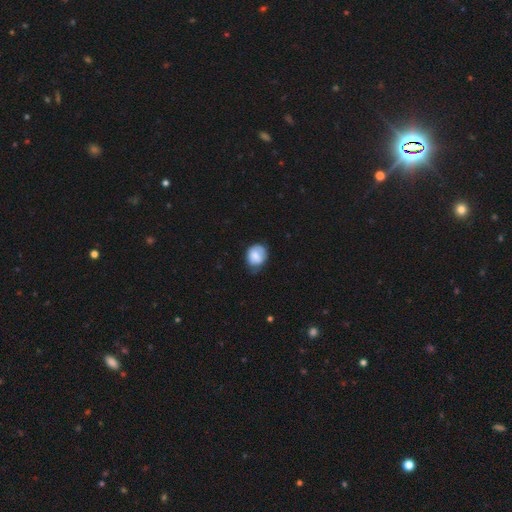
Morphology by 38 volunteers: A smooth galaxy with no disk features (74%) that is round (68%).

Vote fractions:
- Smooth or featured? smooth: 74% / featured or disk: 18% / star or artifact: 8%
- How rounded? round: 68% / in between: 32% / cigar-shaped: 0%
- Merging? minor disturbance: 51% / none: 43% / major disturbance: 6% / merger: 0%